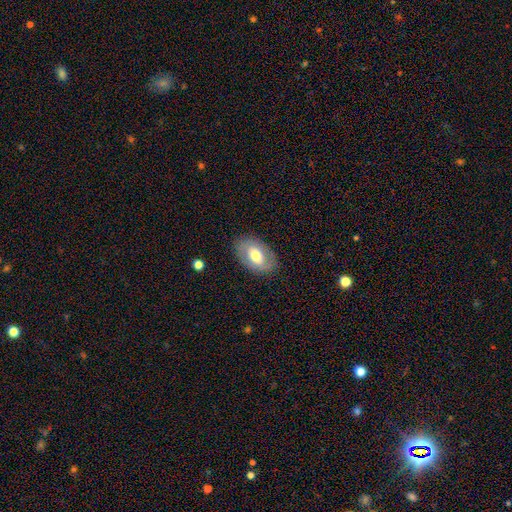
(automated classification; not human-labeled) This is possibly a smooth galaxy (52%). How rounded: clearly in between (89%). Merging: clearly none (83%).